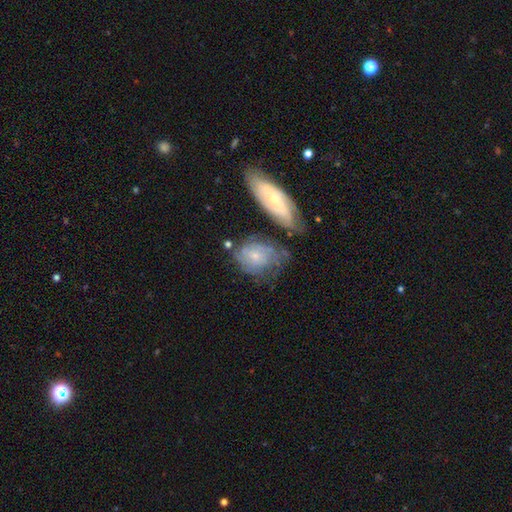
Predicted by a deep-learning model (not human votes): Q: Smooth or featured?
A: featured or disk (58%); runner-up: smooth (34%)
Q: Edge-on disk?
A: no (93%); runner-up: yes (7%)
Q: Bar?
A: no (77%); runner-up: weak (20%)
Q: Spiral arms?
A: yes (78%); runner-up: no (22%)
Q: Bulge size?
A: small (72%); runner-up: moderate (21%)
Q: Merging?
A: none (48%); runner-up: minor disturbance (21%)